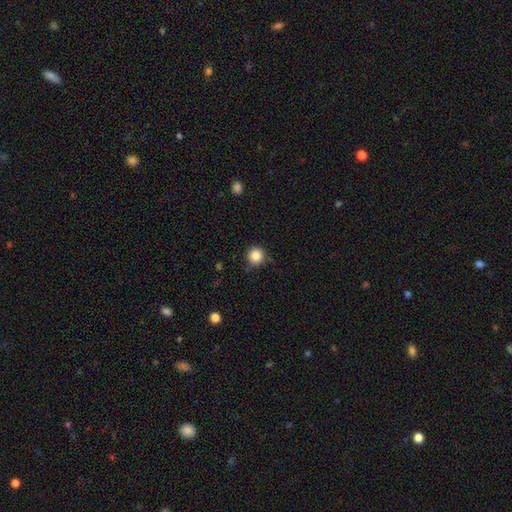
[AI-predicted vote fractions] smooth-or-featured: smooth: 86% | star or artifact: 11% | featured or disk: 4%
  how-rounded: round: 95% | in between: 4% | cigar-shaped: 1%
  merging: none: 82% | minor disturbance: 13% | major disturbance: 3% | merger: 2%